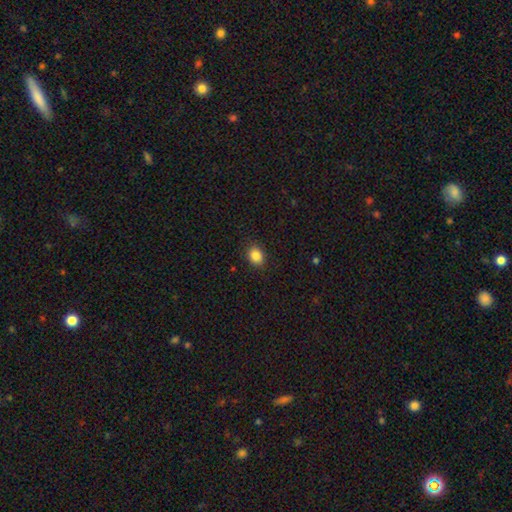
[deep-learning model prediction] Smooth or featured? smooth (86%)
How rounded? round (50%)
Merging? none (89%)